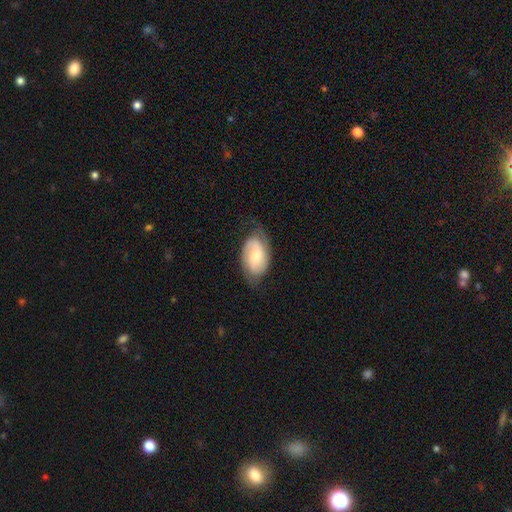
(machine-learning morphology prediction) smooth_or_featured: featured or disk (p=0.57) [alt: smooth p=0.37]
disk_edge_on: no (p=0.95) [alt: yes p=0.05]
bar: no (p=0.45) [alt: weak p=0.43]
has_spiral_arms: yes (p=0.88) [alt: no p=0.12]
bulge_size: moderate (p=0.53) [alt: small p=0.31]
merging: none (p=0.64) [alt: minor disturbance p=0.26]